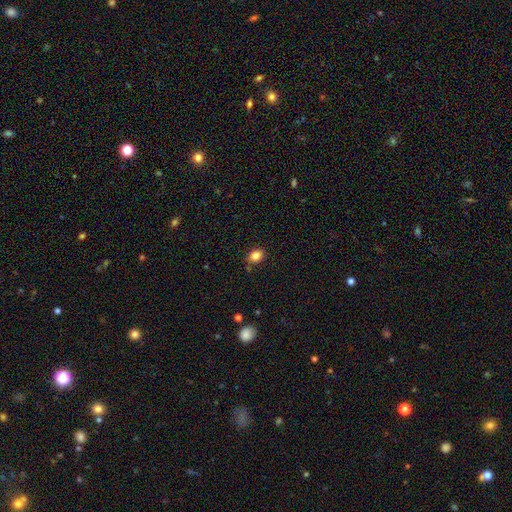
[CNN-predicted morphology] Smooth or featured? smooth (83%)
How rounded? in between (62%)
Merging? none (84%)